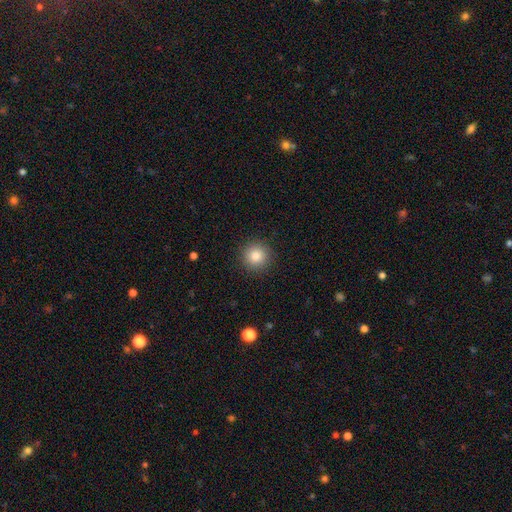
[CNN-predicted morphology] Smooth or featured? smooth (85%)
How rounded? round (95%)
Merging? none (91%)